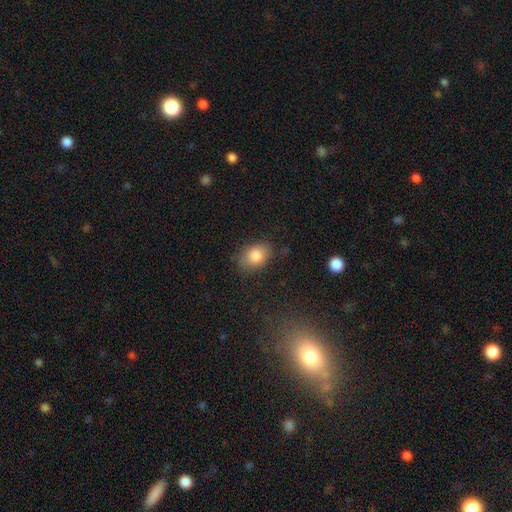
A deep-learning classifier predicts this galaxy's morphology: This is clearly a smooth galaxy (83%). How rounded: likely in between (73%). Merging: likely none (78%).